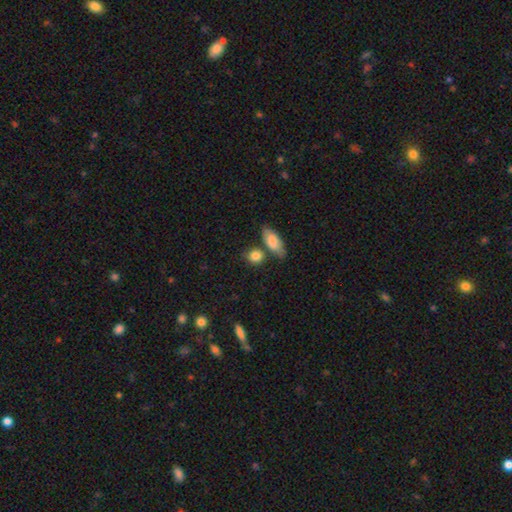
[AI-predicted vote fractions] This is clearly a smooth galaxy (84%). How rounded: possibly round (59%). Merging: likely none (65%).